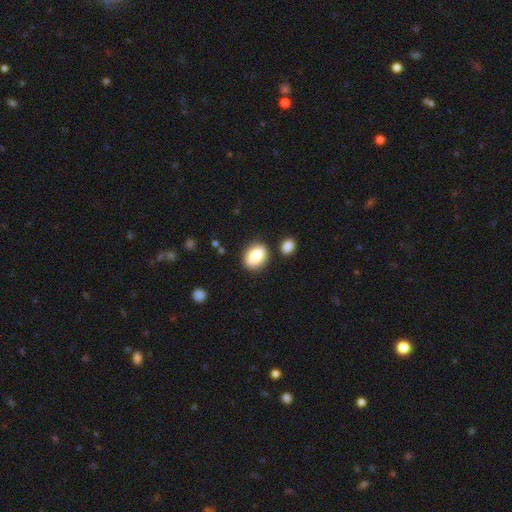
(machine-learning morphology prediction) Overall: smooth (85%). How rounded: in between (72%). Merging: none (79%).